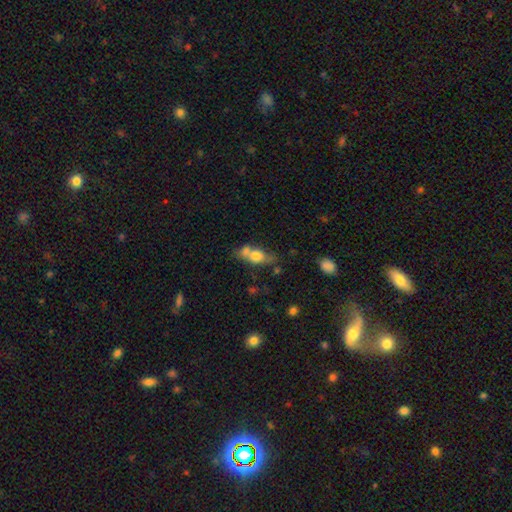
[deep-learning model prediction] This appears to be a smooth galaxy with no disk features (66%) that is in between round and cigar-shaped (65%). Merging: merger (39%).